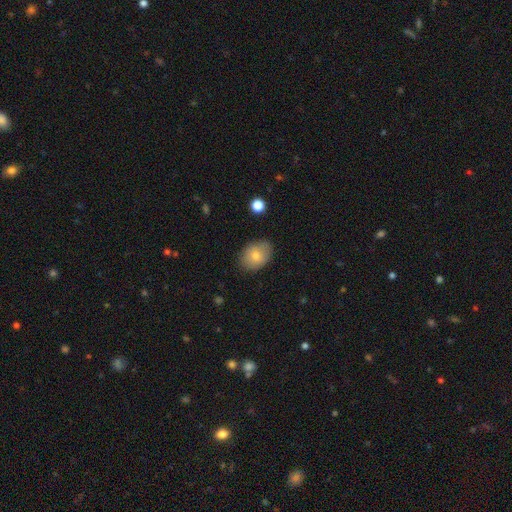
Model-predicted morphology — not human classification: Smooth or featured? Predicted: smooth (p=0.78). How rounded? Predicted: in between (p=0.72). Merging? Predicted: none (p=0.80).